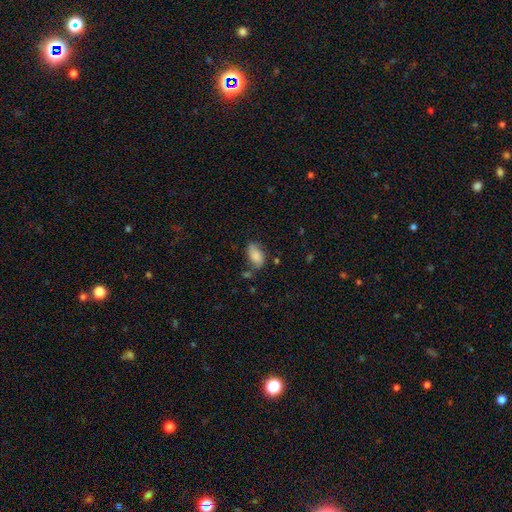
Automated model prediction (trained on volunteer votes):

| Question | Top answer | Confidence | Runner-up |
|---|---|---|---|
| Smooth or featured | smooth | 74% | featured or disk (17%) |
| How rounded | in between | 91% | round (6%) |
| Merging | none | 56% | minor disturbance (28%) |